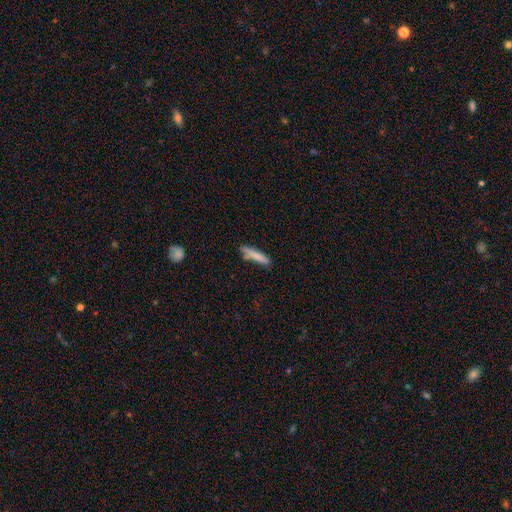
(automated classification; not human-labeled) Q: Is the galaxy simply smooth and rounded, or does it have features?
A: smooth — 79%.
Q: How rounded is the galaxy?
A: cigar-shaped — 88%.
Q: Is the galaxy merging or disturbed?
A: none — 70%.